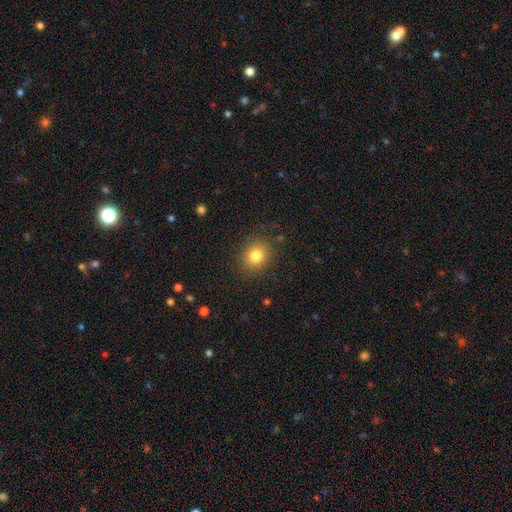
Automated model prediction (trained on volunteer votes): A smooth galaxy with no disk features (80%) that is round (72%).

Vote fractions:
- Smooth or featured? smooth: 80% / star or artifact: 12% / featured or disk: 8%
- How rounded? round: 72% / in between: 27% / cigar-shaped: 1%
- Merging? none: 86% / minor disturbance: 9% / major disturbance: 3% / merger: 1%